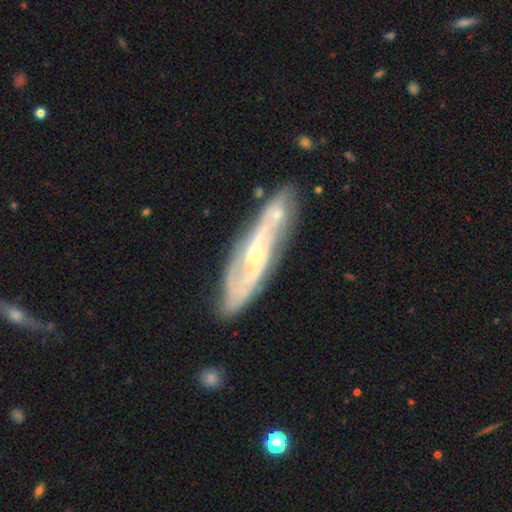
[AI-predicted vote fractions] A featured or disk galaxy (82%) with no bar (52%), 2 (58%) tight (40%, tied with medium) spiral arms (88%) and a small central bulge (50%). Merging: none (75%).